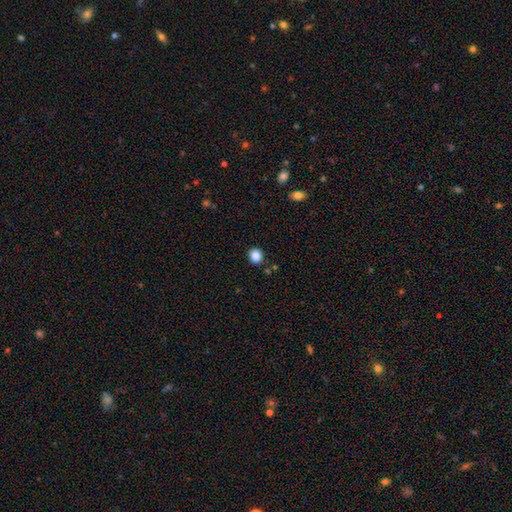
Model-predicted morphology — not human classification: Smooth or featured?
  - smooth: 87% *
  - star or artifact: 10%
  - featured or disk: 3%
How rounded?
  - round: 66% *
  - in between: 33%
  - cigar-shaped: 1%
Merging?
  - none: 88% *
  - minor disturbance: 7%
  - merger: 2%
  - major disturbance: 2%